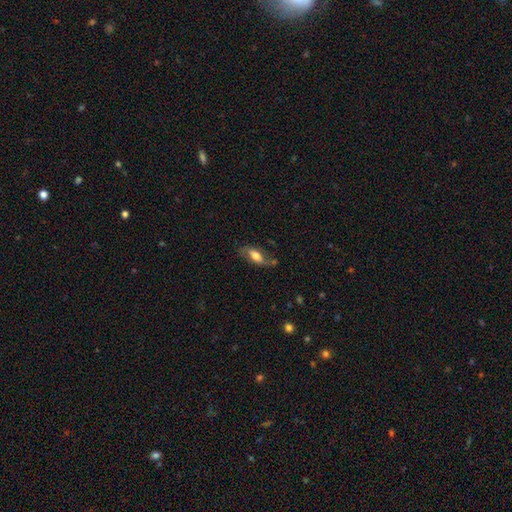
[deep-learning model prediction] smooth-or-featured: featured or disk: 46% (tied) | smooth: 46% (tied) | star or artifact: 8%
  merging: none: 59% | minor disturbance: 24% | major disturbance: 12% | merger: 4%